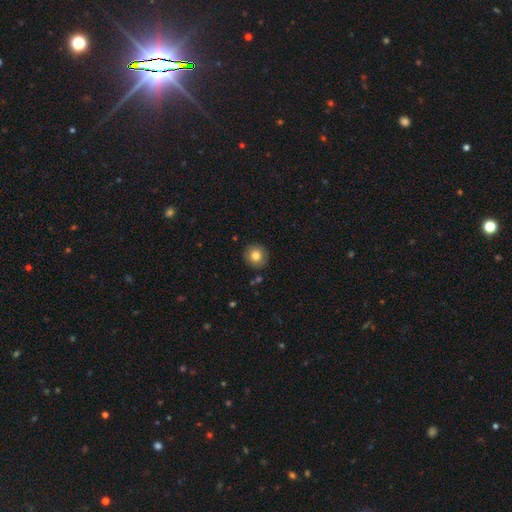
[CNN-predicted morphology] type=smooth (79%); roundness=round (91%); merging=none (88%).